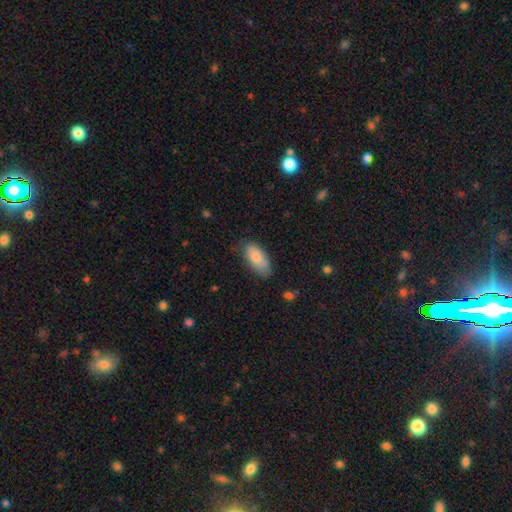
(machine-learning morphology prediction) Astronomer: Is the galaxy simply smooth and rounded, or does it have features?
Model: smooth — 83%.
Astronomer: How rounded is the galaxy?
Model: in between — 90%.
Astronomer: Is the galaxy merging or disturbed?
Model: none — 73%.